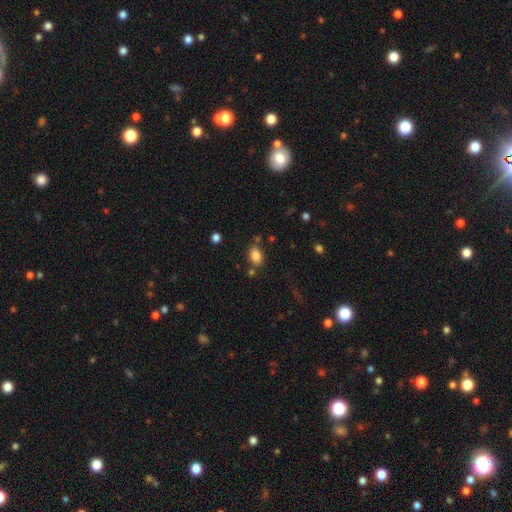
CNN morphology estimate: Overall: smooth (85%). How rounded: in between (76%). Merging: none (74%).